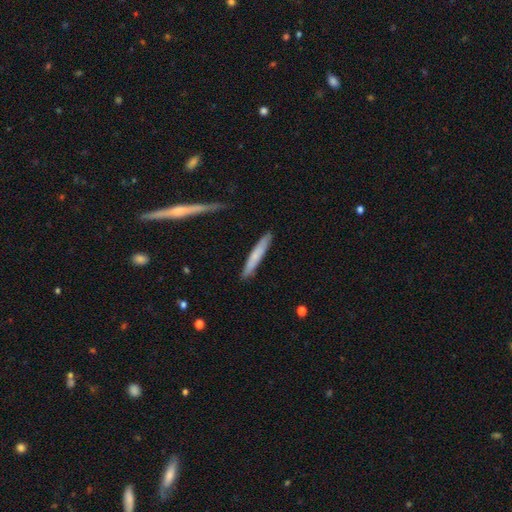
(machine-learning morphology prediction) The model was most divided on "smooth or featured": smooth: 63%, featured or disk: 31%, star or artifact: 6%. More confident: how rounded — cigar-shaped (94%); merging — none (86%).